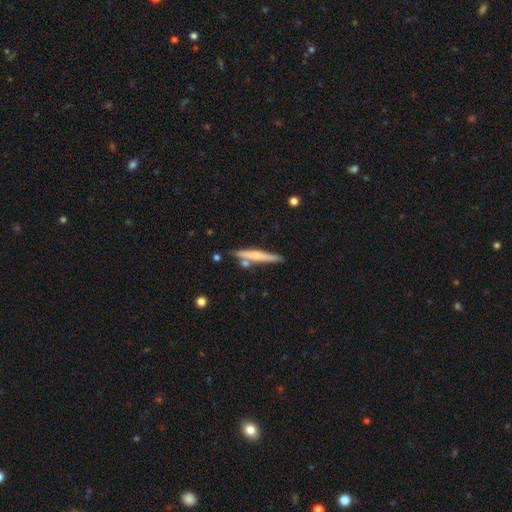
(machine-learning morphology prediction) The model was most divided on "smooth or featured": smooth: 49%, featured or disk: 45%, star or artifact: 6%. More confident: merging — none (77%).